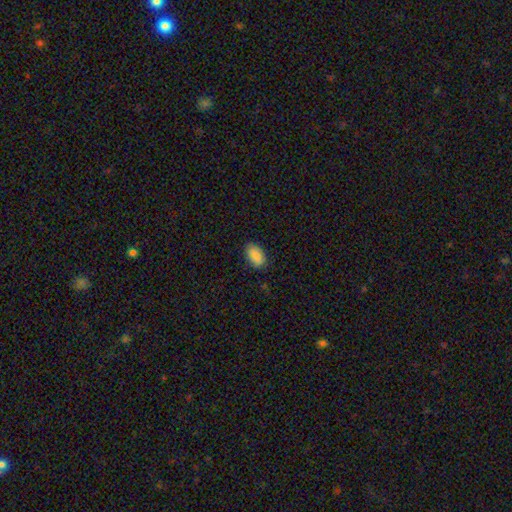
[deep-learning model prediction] smooth_or_featured: smooth (p=0.84) [alt: featured or disk p=0.09]
how_rounded: in between (p=0.91) [alt: round p=0.07]
merging: none (p=0.81) [alt: minor disturbance p=0.16]